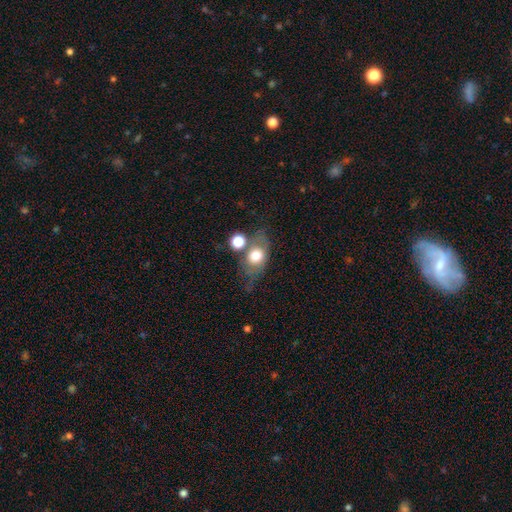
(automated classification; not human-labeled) smooth-or-featured: smooth: 63% | featured or disk: 27% | star or artifact: 10%
  how-rounded: in between: 61% | round: 37% | cigar-shaped: 3%
  merging: none: 47% | merger: 23% | minor disturbance: 18% | major disturbance: 11%